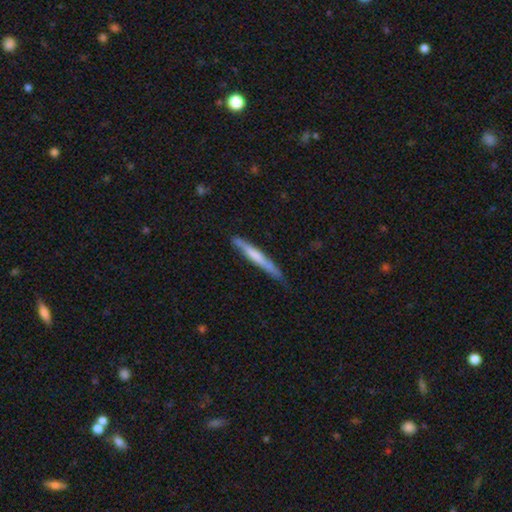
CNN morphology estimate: Overall: smooth (51%; featured or disk 44%). How rounded: cigar-shaped (96%). Merging: none (75%).